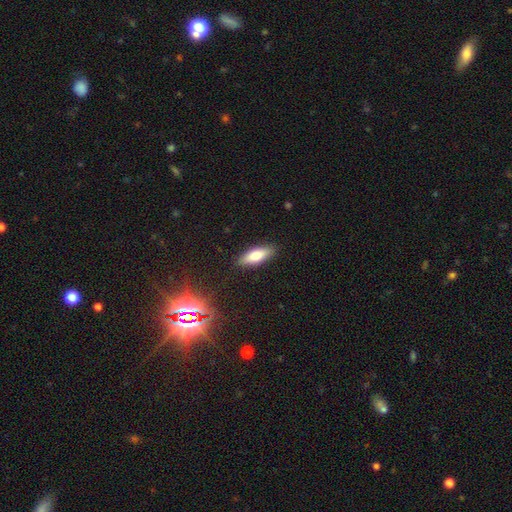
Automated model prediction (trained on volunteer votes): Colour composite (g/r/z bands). It shows a smooth galaxy with no disk features (72%) that is in between round and cigar-shaped (64%). Merging: none (88%).